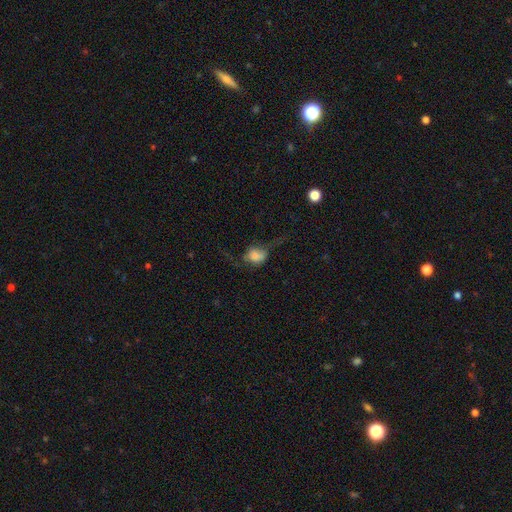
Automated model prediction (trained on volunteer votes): A smooth galaxy with no disk features (63%) that is round (51%).

Vote fractions:
- Smooth or featured? smooth: 63% / featured or disk: 27% / star or artifact: 11%
- How rounded? round: 51% / in between: 46% / cigar-shaped: 3%
- Merging? major disturbance: 40% / none: 32% / minor disturbance: 24% / merger: 4%